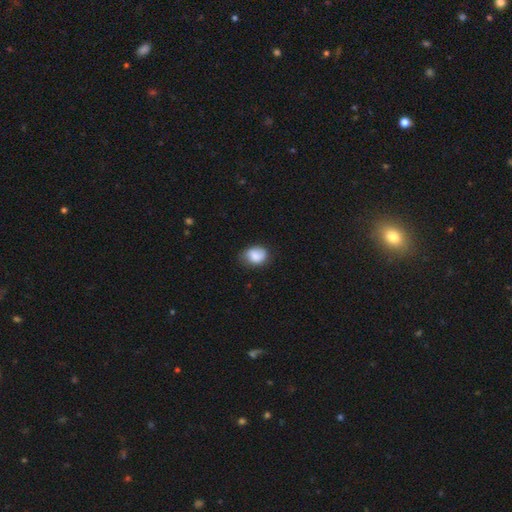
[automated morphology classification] type=smooth (82%); roundness=in between (56%); merging=none (62%).